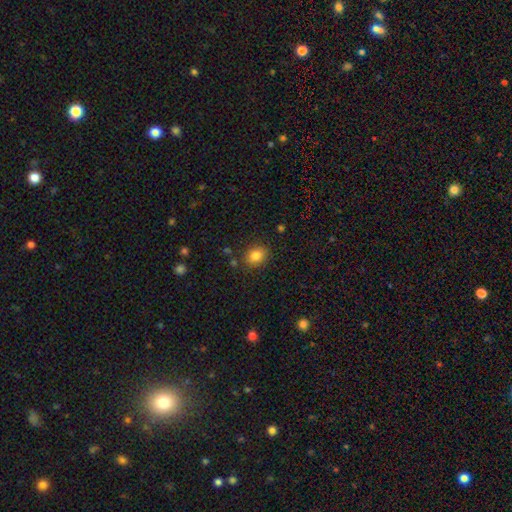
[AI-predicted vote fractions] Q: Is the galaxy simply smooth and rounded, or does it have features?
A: smooth — 83%.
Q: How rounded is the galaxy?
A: in between — 56%.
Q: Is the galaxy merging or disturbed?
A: none — 85%.